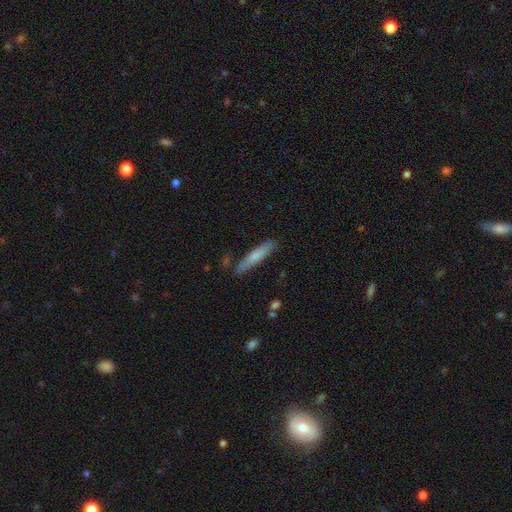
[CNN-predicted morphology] Smooth or featured?
  - smooth: 70% *
  - featured or disk: 24%
  - star or artifact: 6%
How rounded?
  - cigar-shaped: 90% *
  - in between: 9%
  - round: 1%
Merging?
  - none: 83% *
  - minor disturbance: 12%
  - merger: 3%
  - major disturbance: 2%